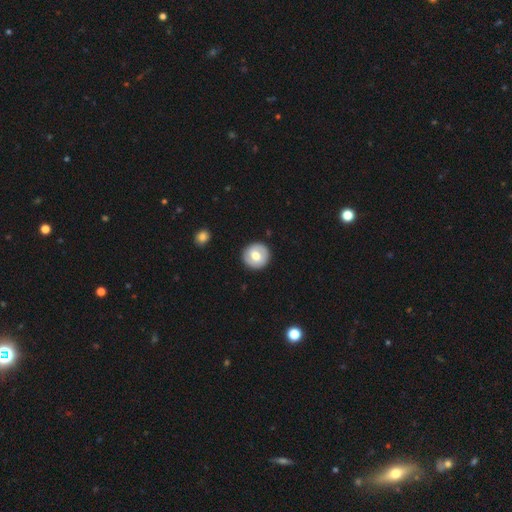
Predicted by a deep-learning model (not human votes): Morphology: type=smooth (64%); roundness=round (93%); merging=none (90%).